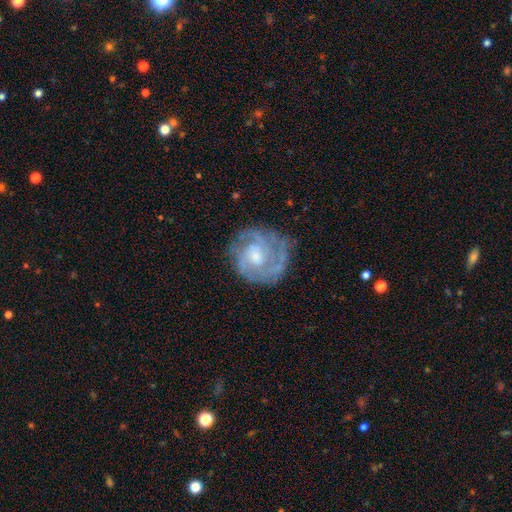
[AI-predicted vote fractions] smooth_or_featured: featured or disk (p=0.80) [alt: smooth p=0.13]
disk_edge_on: no (p=0.98) [alt: yes p=0.02]
bar: no (p=0.62) [alt: weak p=0.32]
has_spiral_arms: yes (p=0.91) [alt: no p=0.09]
spiral_winding: tight (p=0.59) [alt: medium p=0.32]
spiral_arm_count: can't tell (p=0.32) [alt: 2 p=0.26]
bulge_size: moderate (p=0.53) [alt: small p=0.35]
merging: none (p=0.72) [alt: minor disturbance p=0.18]